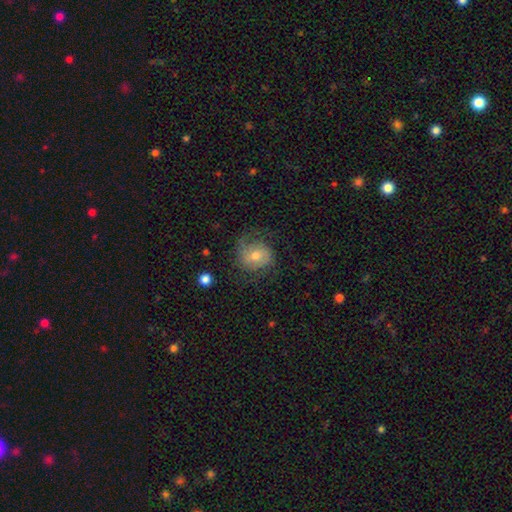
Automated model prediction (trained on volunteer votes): Morphology: type=featured or disk (46%); merging=none (56%).